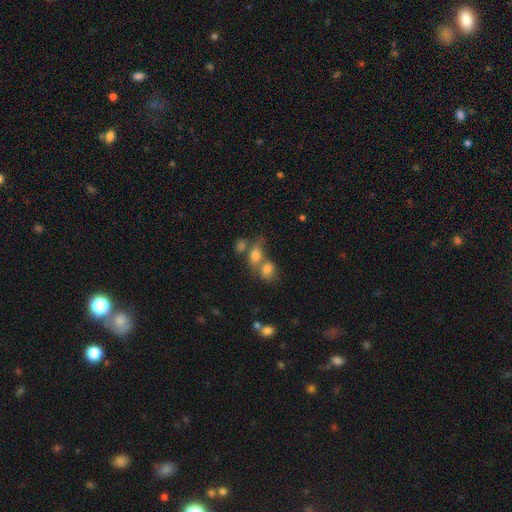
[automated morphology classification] Overall: smooth (74%). How rounded: in between (66%; round 31%). Merging: merger (57%; none 28%).